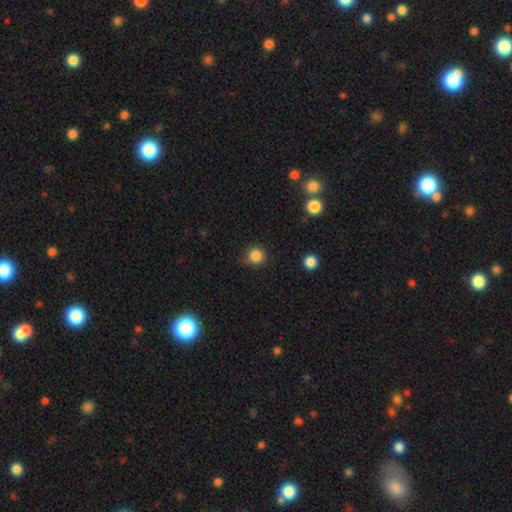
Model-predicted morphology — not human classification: type=smooth (85%); roundness=round (93%); merging=none (78%).